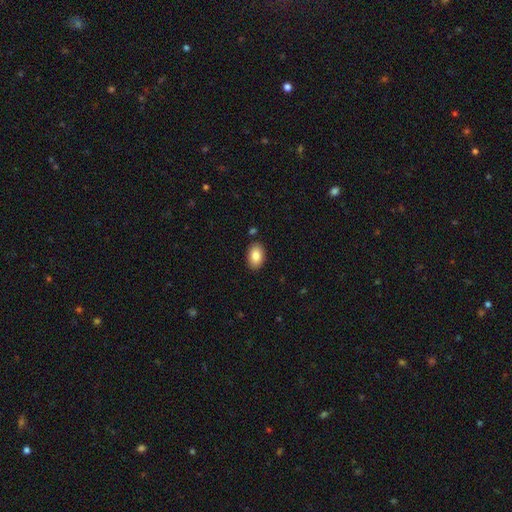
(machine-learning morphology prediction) This is clearly a smooth galaxy (85%). How rounded: clearly in between (91%). Merging: clearly none (87%).